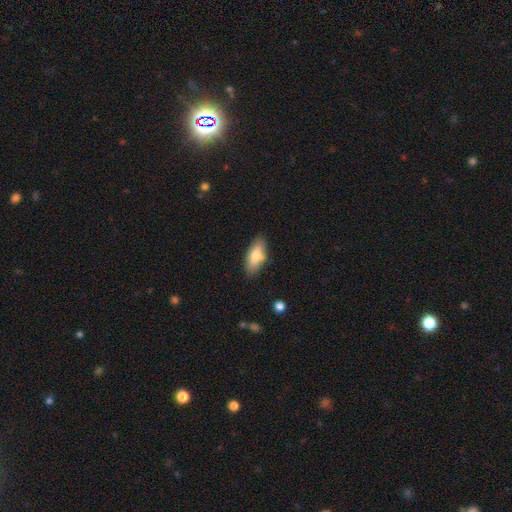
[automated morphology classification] A smooth galaxy with no disk features (75%) that is in between round and cigar-shaped (79%).

Vote fractions:
- Smooth or featured? smooth: 75% / featured or disk: 19% / star or artifact: 6%
- How rounded? in between: 79% / cigar-shaped: 19% / round: 2%
- Merging? none: 80% / minor disturbance: 15% / major disturbance: 3% / merger: 3%